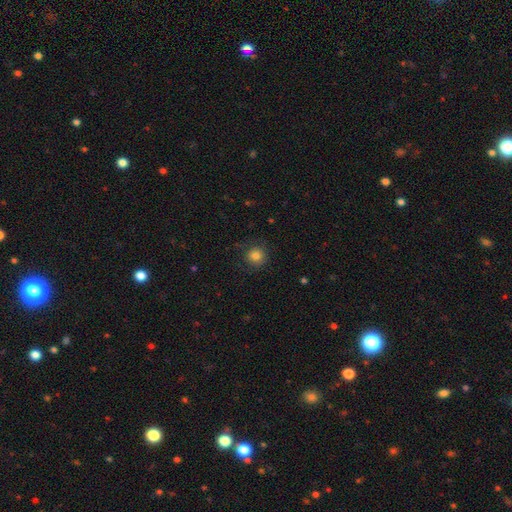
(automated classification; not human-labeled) A smooth galaxy with no disk features (80%) that is round (93%).

Vote fractions:
- Smooth or featured? smooth: 80% / star or artifact: 12% / featured or disk: 7%
- How rounded? round: 93% / in between: 6% / cigar-shaped: 1%
- Merging? none: 84% / minor disturbance: 11% / major disturbance: 4% / merger: 1%